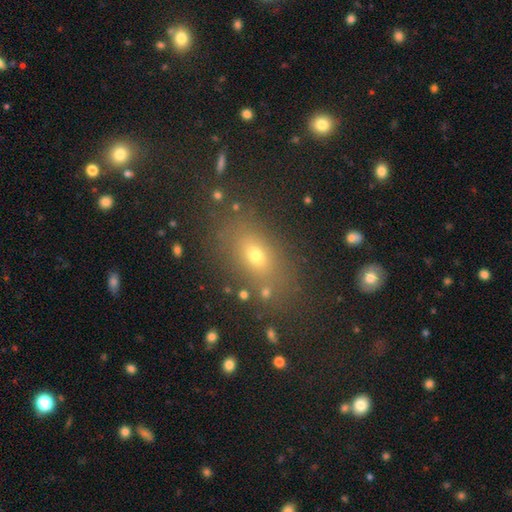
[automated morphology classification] Smooth or featured?
  - smooth: 62% *
  - star or artifact: 23%
  - featured or disk: 15%
How rounded?
  - in between: 71% *
  - round: 22%
  - cigar-shaped: 6%
Merging?
  - none: 80% *
  - minor disturbance: 11%
  - major disturbance: 5%
  - merger: 5%